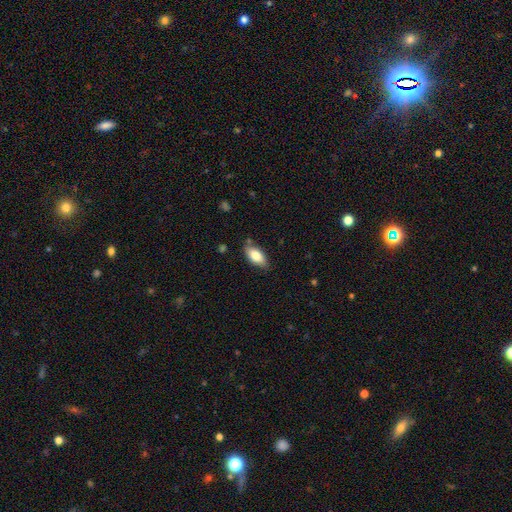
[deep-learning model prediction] Q: Smooth or featured?
A: smooth (81%); runner-up: featured or disk (13%)
Q: How rounded?
A: in between (90%); runner-up: cigar-shaped (7%)
Q: Merging?
A: none (80%); runner-up: minor disturbance (15%)